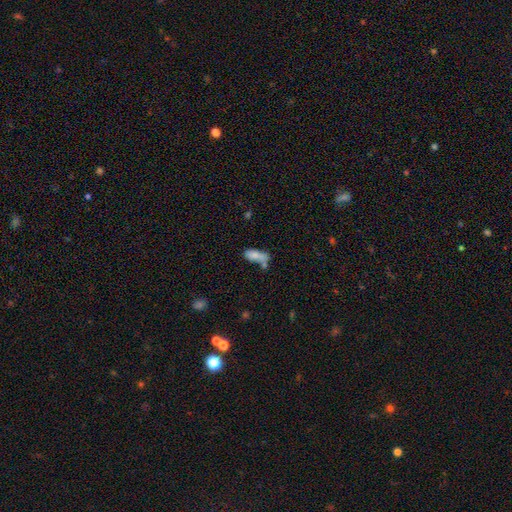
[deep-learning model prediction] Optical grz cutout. It shows a smooth galaxy with no disk features (77%) that is in between round and cigar-shaped (78%). Merging: merger (35%).